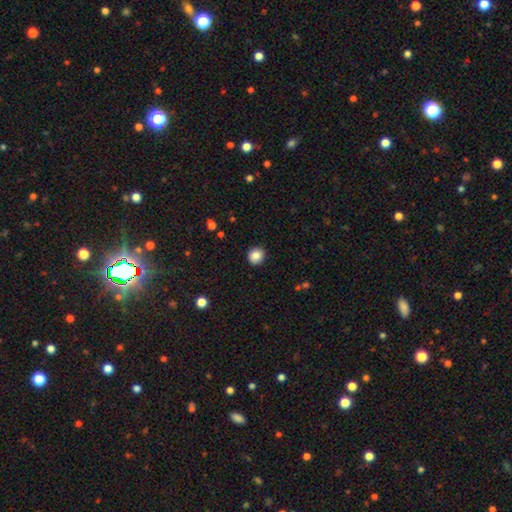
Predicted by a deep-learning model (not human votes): Morphology: type=smooth (86%); roundness=round (86%); merging=none (91%).